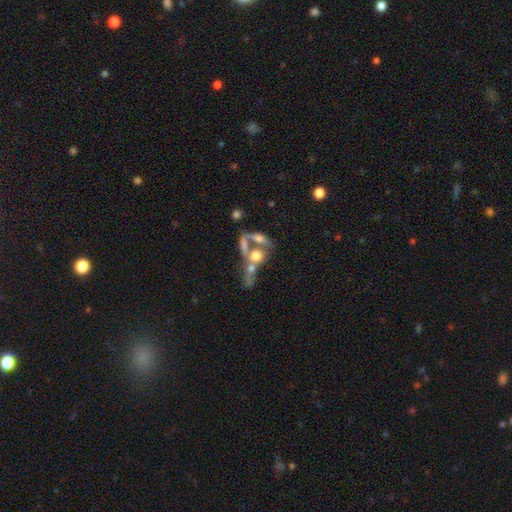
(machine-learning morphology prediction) smooth 51%, featured or disk 36%, star or artifact 13%. Down the decision tree: how rounded — in between (55%); merging — merger (62%).